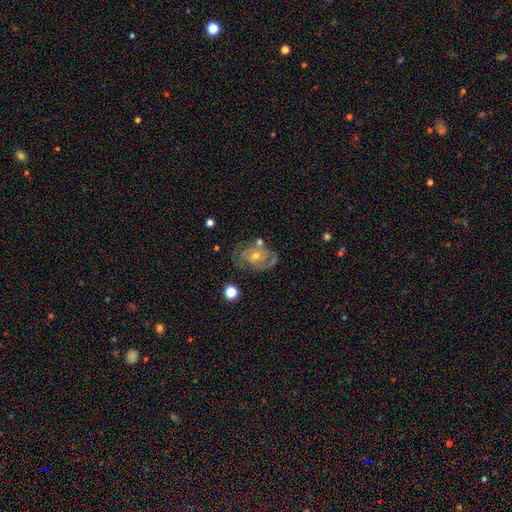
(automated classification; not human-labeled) This is clearly a featured or disk galaxy (80%). It is clearly not viewed edge-on (97%). Bar: likely no (65%). Spiral arm pattern: clearly yes (91%). Spiral arm count: possibly 2 (45%). Spiral winding: possibly tight (54%). Central bulge: possibly small (54%). Merging: likely none (65%).